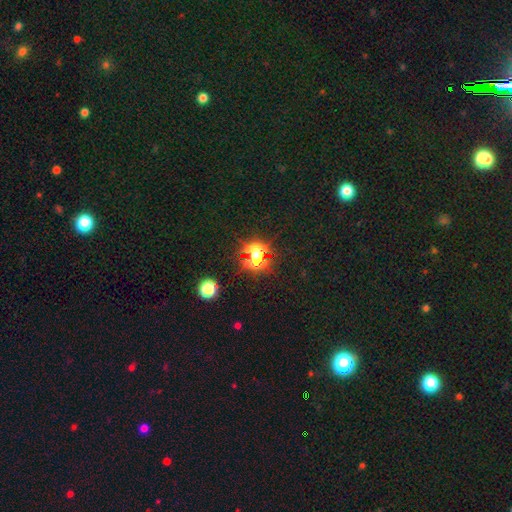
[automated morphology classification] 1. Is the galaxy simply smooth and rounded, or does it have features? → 53% star or artifact, 38% smooth, 9% featured or disk.